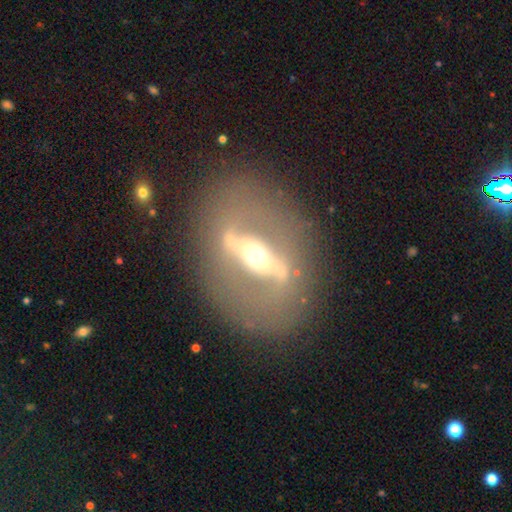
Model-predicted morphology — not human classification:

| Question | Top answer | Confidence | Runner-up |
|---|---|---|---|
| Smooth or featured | featured or disk | 81% | smooth (12%) |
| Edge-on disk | no | 60% | yes (40%) |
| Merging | none | 82% | minor disturbance (10%) |